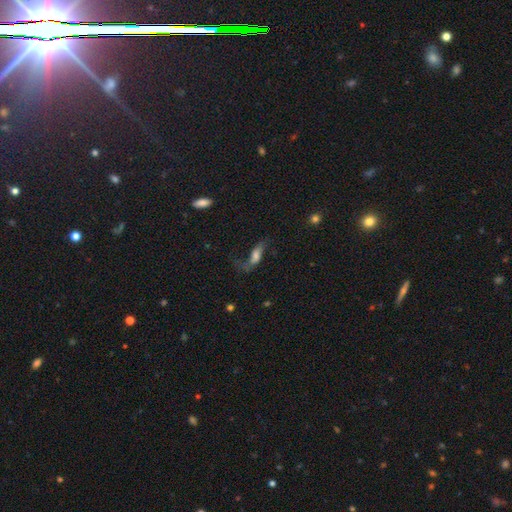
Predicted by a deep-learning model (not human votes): smooth-or-featured: featured or disk: 50% | smooth: 39% | star or artifact: 11%
  merging: none: 44% | major disturbance: 31% | minor disturbance: 21% | merger: 4%